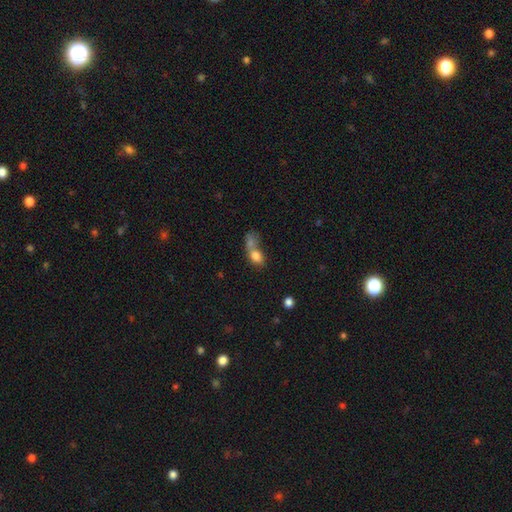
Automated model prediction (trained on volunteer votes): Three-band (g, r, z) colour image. It shows a smooth galaxy with no disk features (77%) that is in between round and cigar-shaped (69%). Merging: merger (61%).